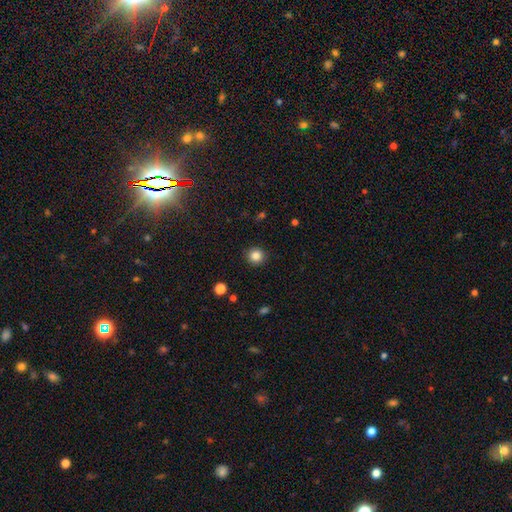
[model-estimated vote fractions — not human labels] Smooth or featured: smooth — 84% (star or artifact — 11%)
How rounded: round — 93% (in between — 6%)
Merging: none — 91% (minor disturbance — 6%)